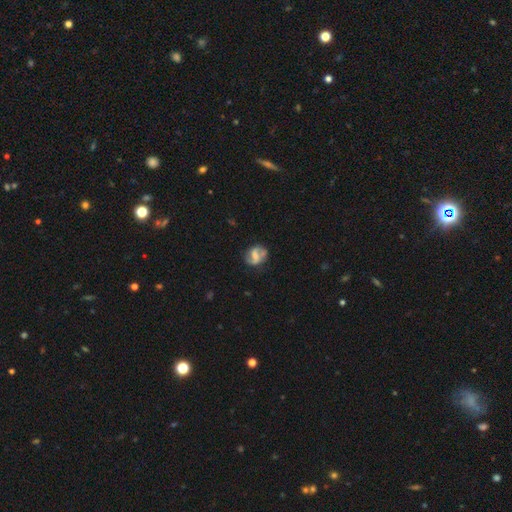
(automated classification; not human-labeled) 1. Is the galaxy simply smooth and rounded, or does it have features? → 60% featured or disk, 32% smooth, 8% star or artifact.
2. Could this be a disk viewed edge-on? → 97% no, 3% yes.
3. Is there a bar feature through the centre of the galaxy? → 38% weak, 34% strong, 28% no.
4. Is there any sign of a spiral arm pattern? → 69% yes, 31% no.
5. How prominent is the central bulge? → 35% none, 27% small, 27% moderate, 9% large, 2% dominant.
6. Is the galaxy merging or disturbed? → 60% none, 22% minor disturbance, 11% major disturbance, 6% merger.